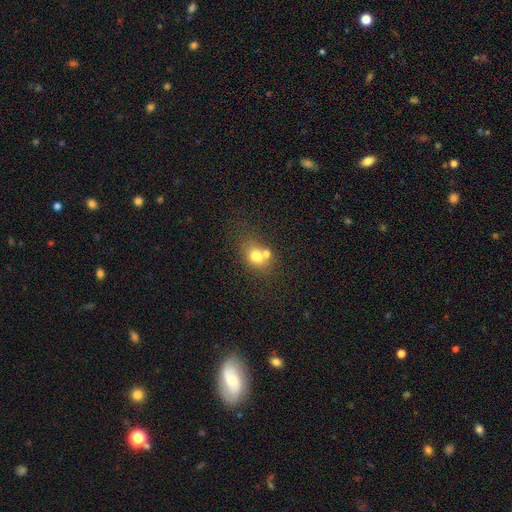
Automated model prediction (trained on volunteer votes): Morphology: type=smooth (72%); roundness=round (56%); merging=merger (43%).